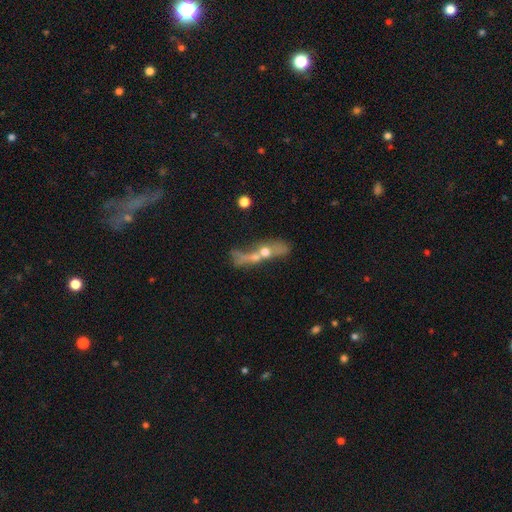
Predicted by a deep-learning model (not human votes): Overall: featured or disk (49%; smooth 36%). Merging: merger (43%; none 28%).